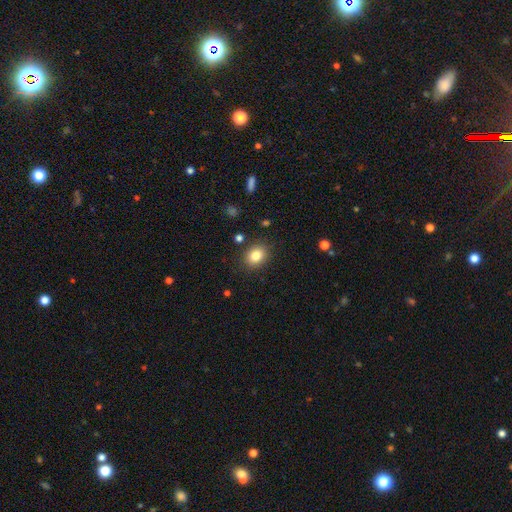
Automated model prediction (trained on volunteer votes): smooth-or-featured: smooth: 83% | star or artifact: 10% | featured or disk: 7%
  how-rounded: round: 54% | in between: 46% | cigar-shaped: 1%
  merging: none: 87% | minor disturbance: 9% | major disturbance: 3% | merger: 2%